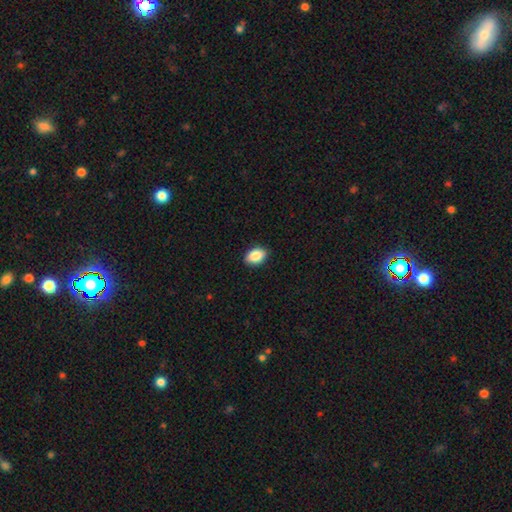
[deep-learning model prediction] A smooth galaxy with no disk features (88%) that is in between round and cigar-shaped (87%). Merging: none (89%).